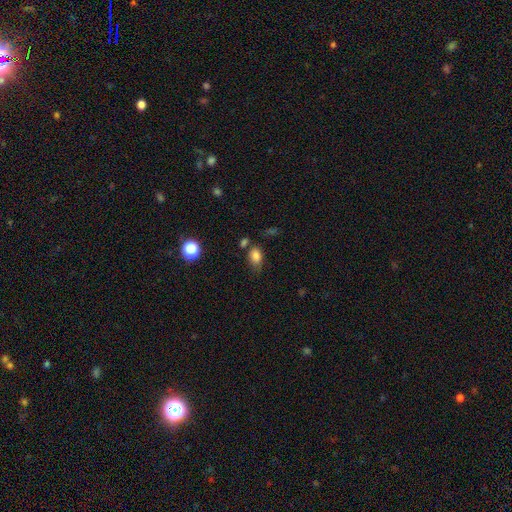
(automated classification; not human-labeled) A smooth galaxy with no disk features (81%) that is in between round and cigar-shaped (78%). Merging: none (59%).